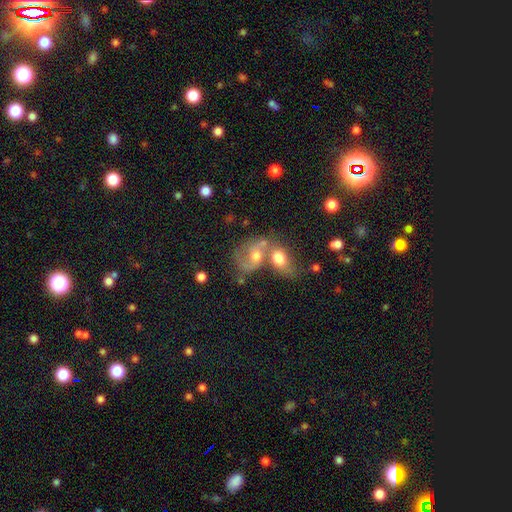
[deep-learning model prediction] smooth-or-featured: featured or disk: 52% | smooth: 37% | star or artifact: 10%
  disk-edge-on: no: 96% | yes: 4%
    bar: no: 65% | weak: 29% | strong: 7%
    has-spiral-arms: yes: 71% | no: 29%
    bulge-size: moderate: 63% | small: 18% | large: 13% | none: 5% | dominant: 2%
  merging: merger: 59% | none: 21% | major disturbance: 10% | minor disturbance: 10%